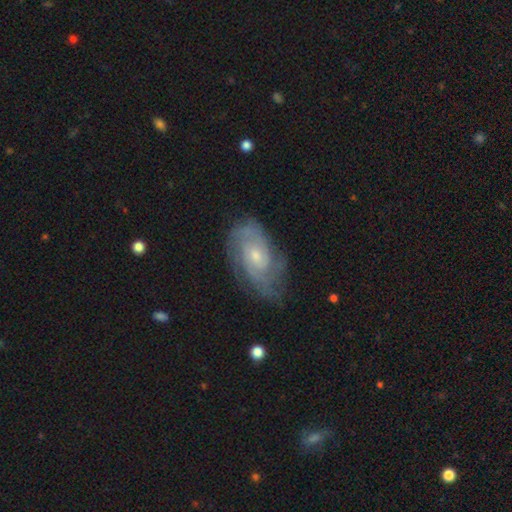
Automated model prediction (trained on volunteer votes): Smooth or featured? Predicted: featured or disk (p=0.80). Edge-on disk? Predicted: no (p=0.95). Bar? Predicted: no (p=0.68). Spiral arms? Predicted: yes (p=0.94). Spiral winding? Predicted: tight (p=0.57). Spiral arm count? Predicted: 2 (p=0.34). Bulge size? Predicted: small (p=0.59). Merging? Predicted: none (p=0.70).